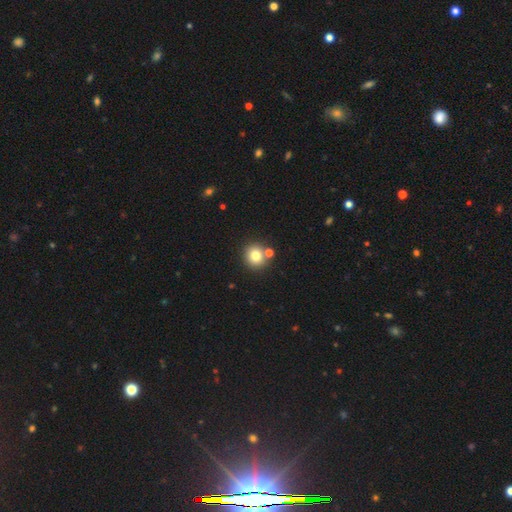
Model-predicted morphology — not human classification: Overall: smooth (79%). How rounded: round (89%). Merging: none (74%).